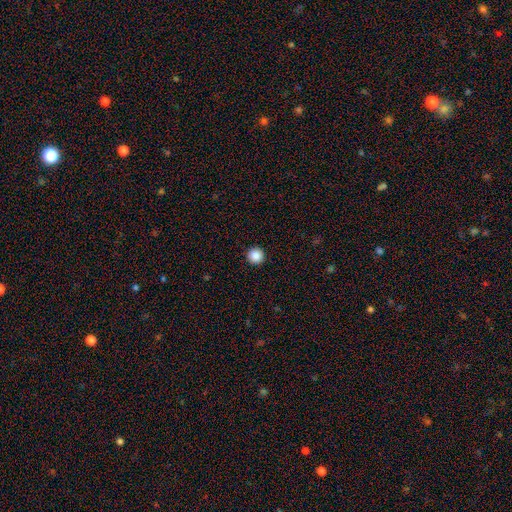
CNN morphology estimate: smooth-or-featured: smooth: 88% | star or artifact: 10% | featured or disk: 3%
  how-rounded: round: 97% | in between: 2% | cigar-shaped: 1%
  merging: none: 94% | minor disturbance: 4% | major disturbance: 1% | merger: 1%